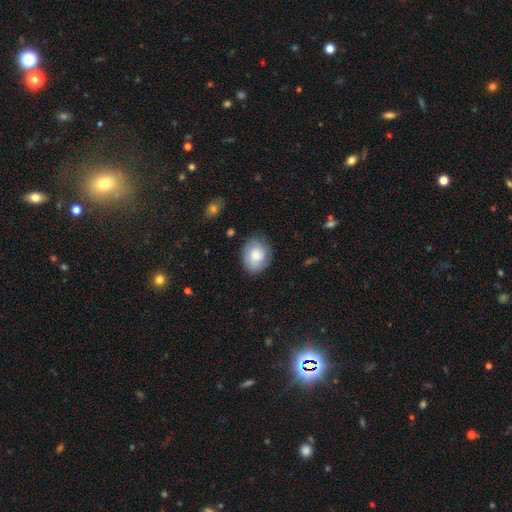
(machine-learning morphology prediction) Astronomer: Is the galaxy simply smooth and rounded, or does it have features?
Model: smooth — 73%.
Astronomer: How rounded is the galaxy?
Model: in between — 52% (runner-up: round, 47%).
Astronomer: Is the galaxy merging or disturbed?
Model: none — 78%.